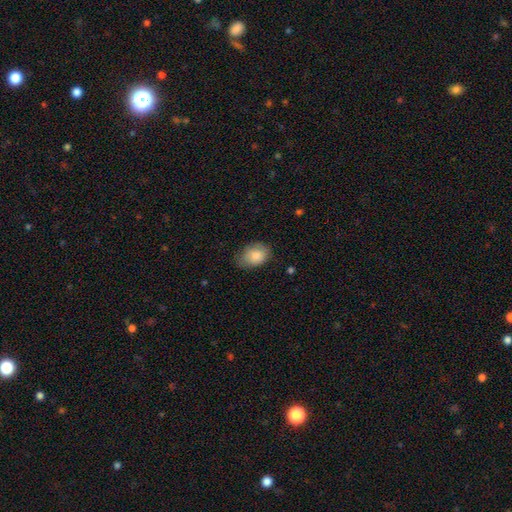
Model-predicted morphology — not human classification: smooth-or-featured: smooth: 84% | featured or disk: 9% | star or artifact: 7%
  how-rounded: in between: 79% | round: 20% | cigar-shaped: 1%
  merging: none: 62% | minor disturbance: 30% | major disturbance: 7% | merger: 1%